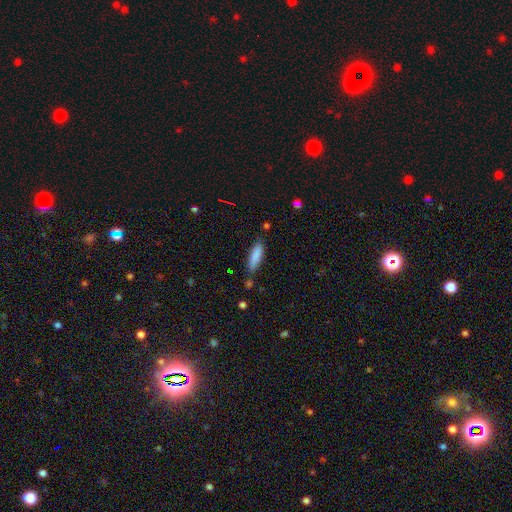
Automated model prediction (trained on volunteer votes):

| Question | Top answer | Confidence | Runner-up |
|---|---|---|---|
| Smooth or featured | smooth | 85% | featured or disk (8%) |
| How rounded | cigar-shaped | 62% | in between (36%) |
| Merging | none | 79% | minor disturbance (15%) |